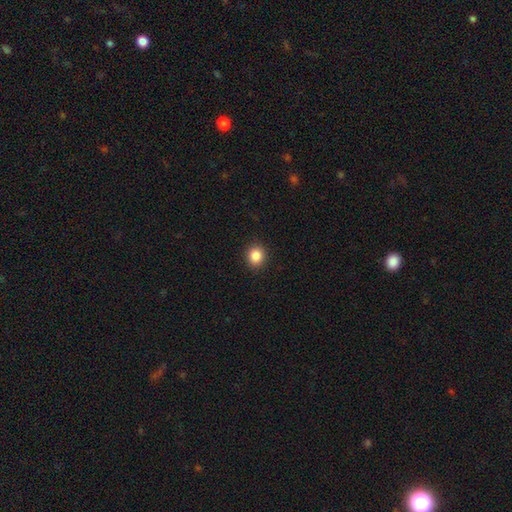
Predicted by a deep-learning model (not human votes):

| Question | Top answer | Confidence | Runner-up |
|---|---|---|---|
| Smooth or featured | smooth | 87% | star or artifact (10%) |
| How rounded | round | 76% | in between (23%) |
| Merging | none | 91% | minor disturbance (6%) |